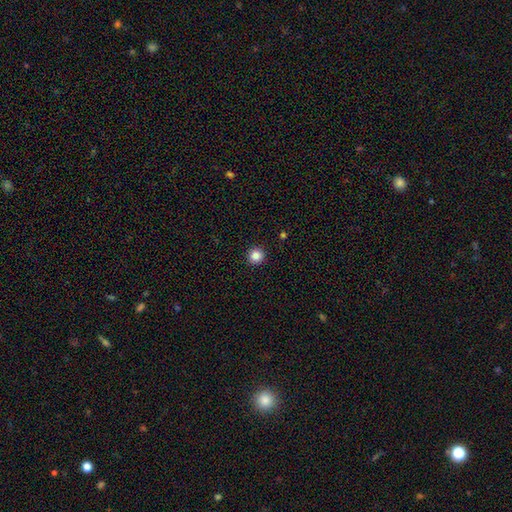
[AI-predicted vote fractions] Smooth or featured?
  - smooth: 85% *
  - star or artifact: 11%
  - featured or disk: 4%
How rounded?
  - round: 96% *
  - in between: 3%
  - cigar-shaped: 1%
Merging?
  - none: 93% *
  - minor disturbance: 4%
  - major disturbance: 1%
  - merger: 1%